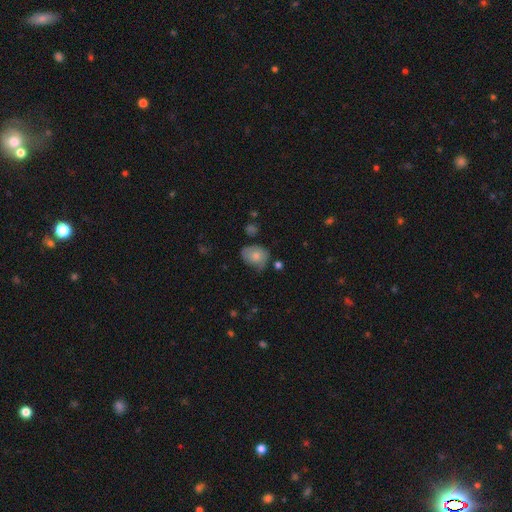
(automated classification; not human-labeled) Q: Smooth or featured?
A: smooth (67%); runner-up: featured or disk (25%)
Q: How rounded?
A: in between (54%); runner-up: round (45%)
Q: Merging?
A: none (44%); runner-up: minor disturbance (38%)